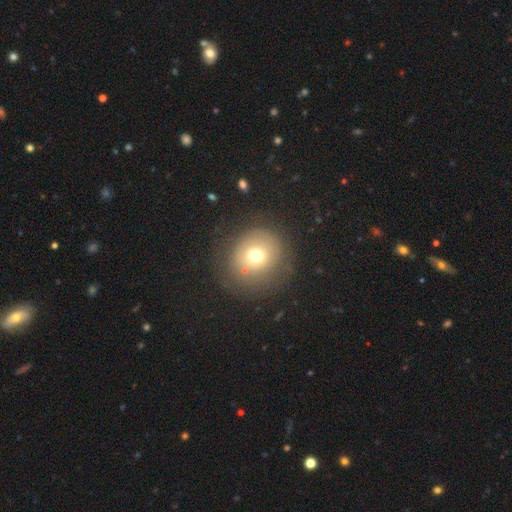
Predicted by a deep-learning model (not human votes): smooth-or-featured: smooth: 67% | featured or disk: 18% | star or artifact: 15%
  how-rounded: round: 86% | in between: 13% | cigar-shaped: 1%
  merging: none: 73% | minor disturbance: 14% | major disturbance: 10% | merger: 3%